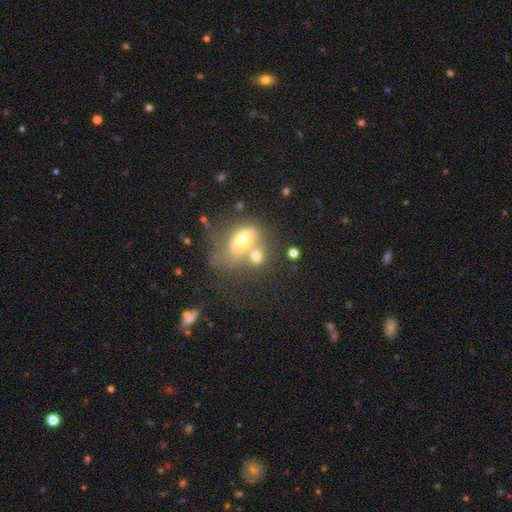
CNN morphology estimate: Overall: smooth (65%). How rounded: in between (61%; round 36%). Merging: merger (52%; none 26%).